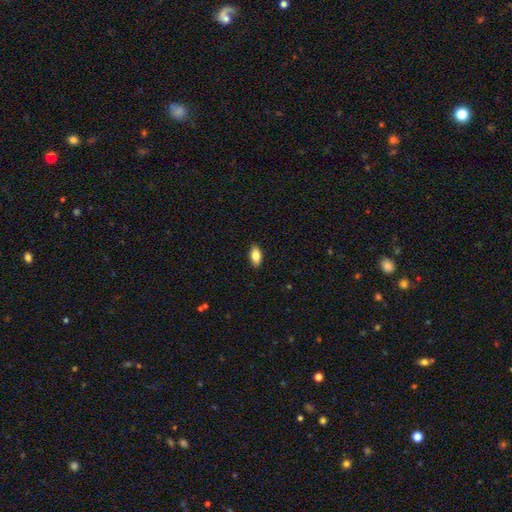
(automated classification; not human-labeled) smooth 83%, featured or disk 10%, star or artifact 7%. Down the decision tree: how rounded — in between (90%); merging — none (89%).